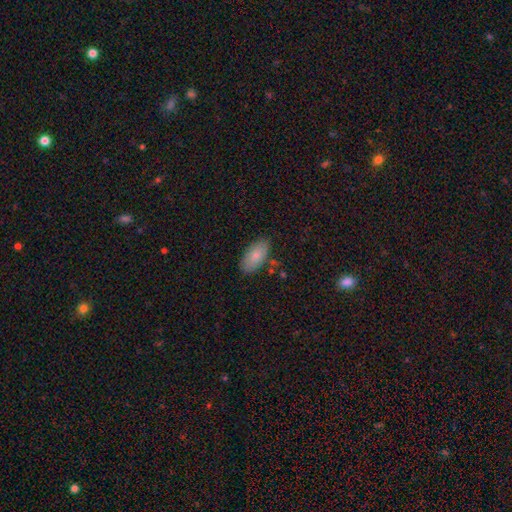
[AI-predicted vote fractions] smooth-or-featured: smooth: 80% | featured or disk: 13% | star or artifact: 7%
  how-rounded: in between: 93% | cigar-shaped: 5% | round: 3%
  merging: none: 82% | minor disturbance: 13% | major disturbance: 3% | merger: 2%